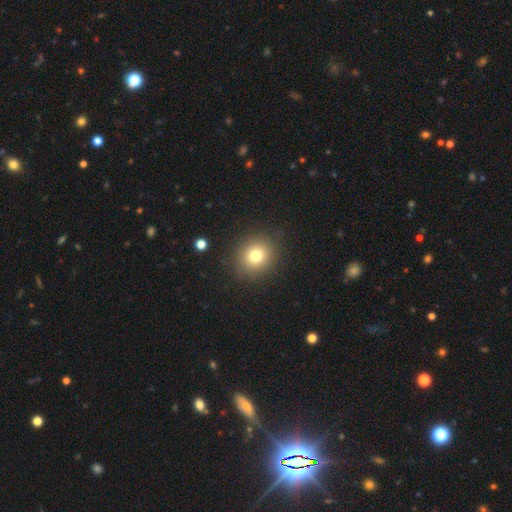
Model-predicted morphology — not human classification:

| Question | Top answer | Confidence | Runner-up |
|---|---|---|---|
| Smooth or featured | smooth | 76% | star or artifact (14%) |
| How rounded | round | 82% | in between (17%) |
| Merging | none | 87% | minor disturbance (8%) |